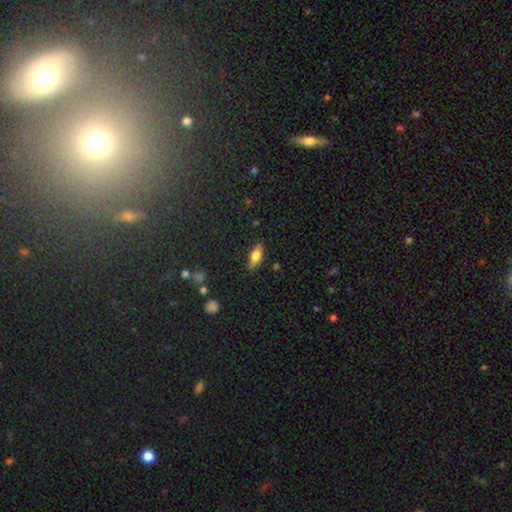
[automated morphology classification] type=smooth (65%); roundness=in between (73%); merging=none (83%).